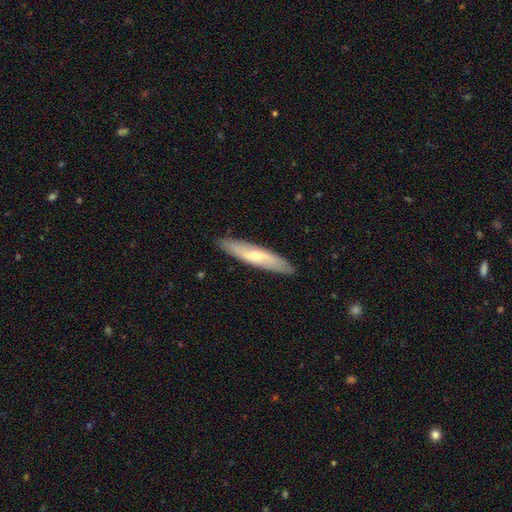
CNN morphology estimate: smooth_or_featured: smooth (p=0.51) [alt: featured or disk p=0.44]
how_rounded: cigar-shaped (p=0.83) [alt: in between p=0.15]
merging: none (p=0.88) [alt: minor disturbance p=0.09]